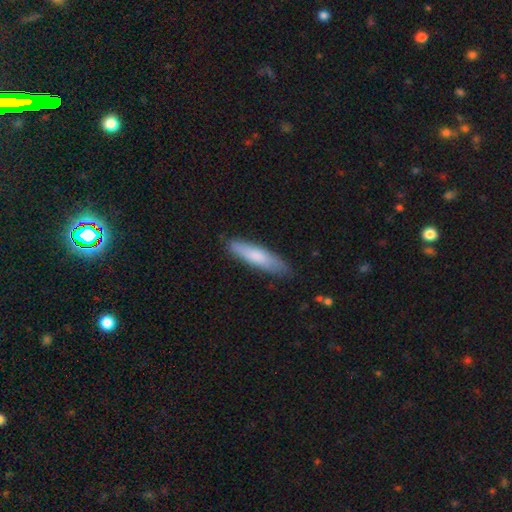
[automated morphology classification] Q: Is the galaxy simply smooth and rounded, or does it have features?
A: smooth — 76%.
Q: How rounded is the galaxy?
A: cigar-shaped — 80%.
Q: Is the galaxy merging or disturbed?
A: none — 83%.